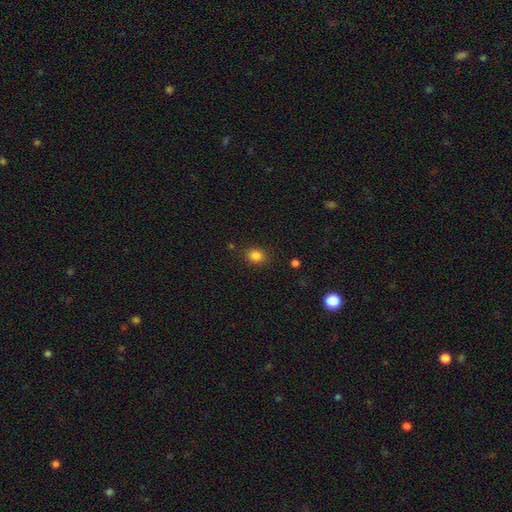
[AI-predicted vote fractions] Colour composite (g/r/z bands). It shows a smooth galaxy with no disk features (83%) that is round (59%). Merging: none (84%).